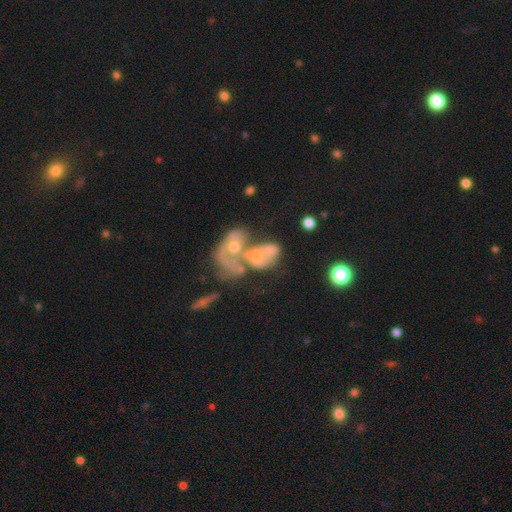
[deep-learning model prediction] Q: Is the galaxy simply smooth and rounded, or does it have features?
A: featured or disk — 55%.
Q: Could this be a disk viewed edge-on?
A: no — 96%.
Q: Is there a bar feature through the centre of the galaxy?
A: no — 84%.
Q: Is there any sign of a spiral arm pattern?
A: no — 65%.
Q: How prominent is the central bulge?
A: moderate — 41%.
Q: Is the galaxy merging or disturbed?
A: merger — 69%.